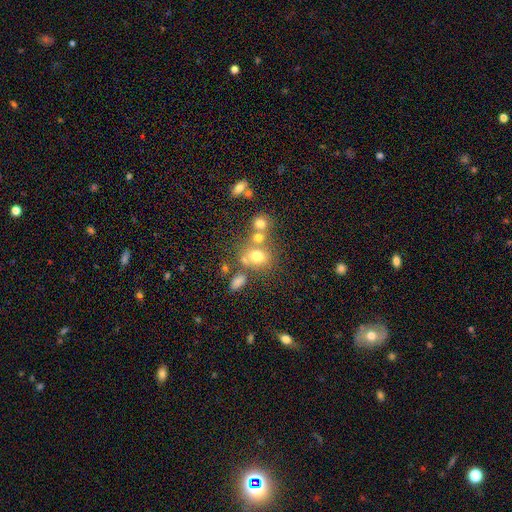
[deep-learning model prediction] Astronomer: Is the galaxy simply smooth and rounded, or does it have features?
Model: smooth — 62%.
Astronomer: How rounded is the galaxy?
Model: round — 66%.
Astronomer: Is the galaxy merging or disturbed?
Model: none — 49% (runner-up: merger, 33%).